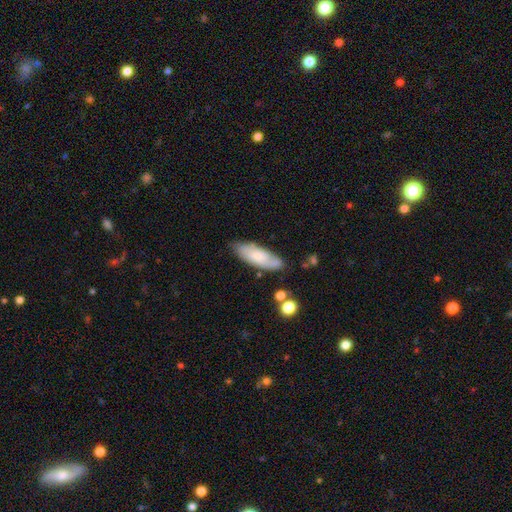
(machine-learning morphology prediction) Overall: smooth (65%; featured or disk 28%). How rounded: in between (65%; cigar-shaped 33%). Merging: none (72%).